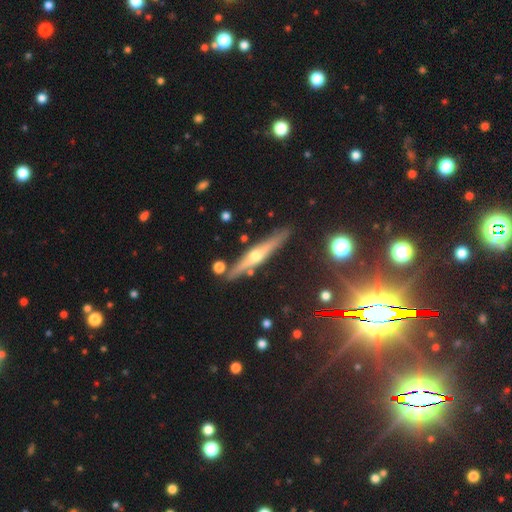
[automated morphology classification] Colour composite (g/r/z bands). It shows a featured or disk galaxy (71%) viewed edge-on (96%) with a rounded central bulge (92%). Merging: none (85%).